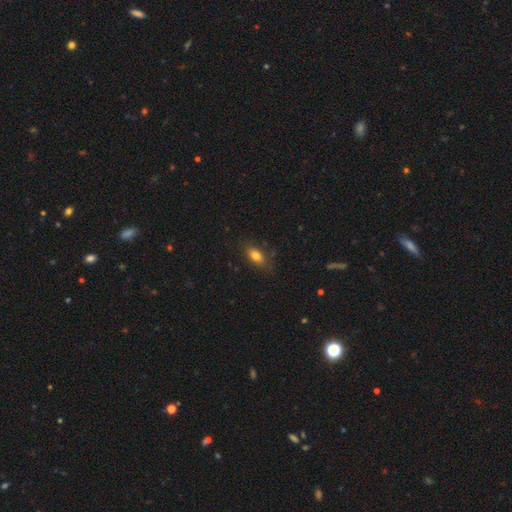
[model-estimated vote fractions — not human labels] Overall: smooth (81%). How rounded: in between (86%). Merging: none (81%).